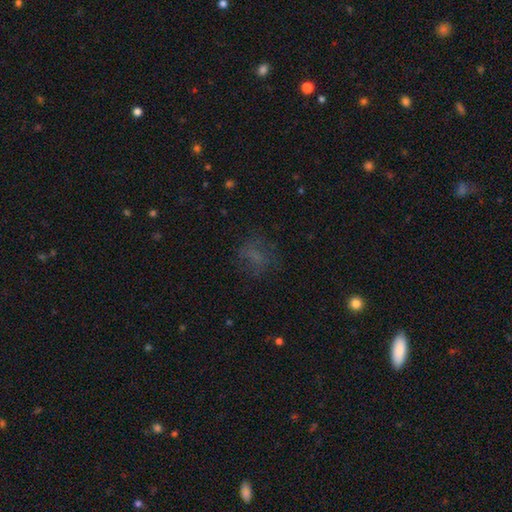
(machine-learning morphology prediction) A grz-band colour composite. It shows a smooth galaxy with no disk features (54%) that is round (57%). Merging: none (64%).